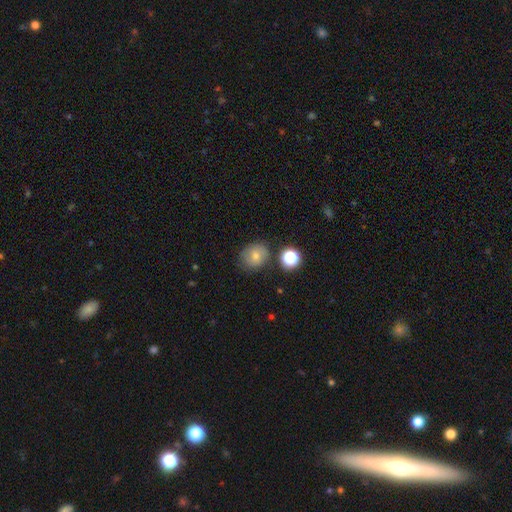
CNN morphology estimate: Smooth or featured? Predicted: smooth (p=0.67). How rounded? Predicted: round (p=0.74). Merging? Predicted: none (p=0.76).